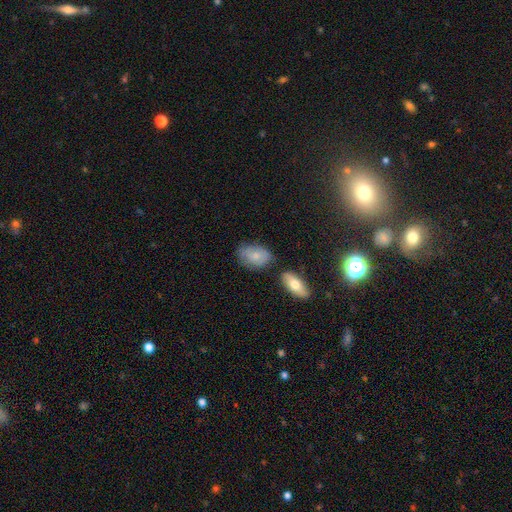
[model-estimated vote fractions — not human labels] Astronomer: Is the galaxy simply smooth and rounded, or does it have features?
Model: smooth — 74%.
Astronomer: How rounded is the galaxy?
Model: in between — 88%.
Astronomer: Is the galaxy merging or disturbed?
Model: none — 61%.